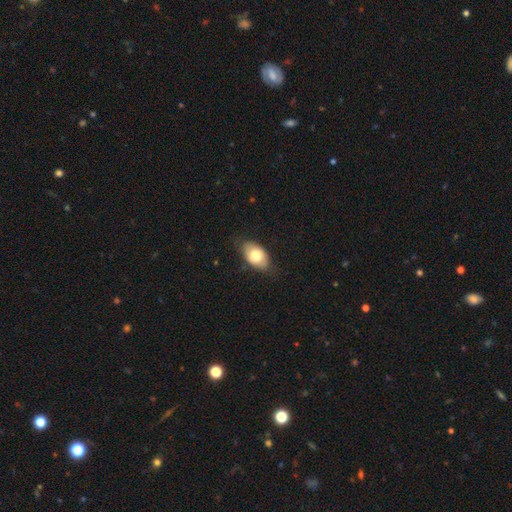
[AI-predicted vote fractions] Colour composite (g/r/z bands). It shows a smooth galaxy with no disk features (73%) that is in between round and cigar-shaped (91%). Merging: none (76%).